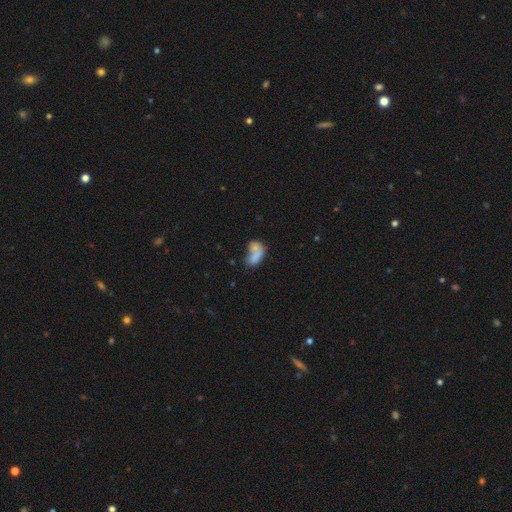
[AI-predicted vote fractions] This is likely a smooth galaxy (70%). How rounded: clearly in between (84%). Merging: possibly merger (53%).